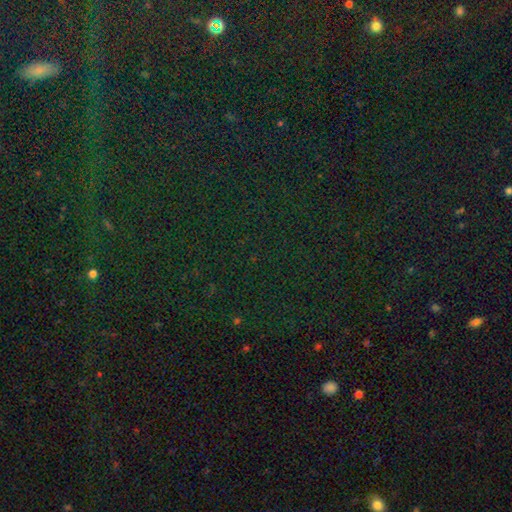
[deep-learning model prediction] Smooth or featured? Predicted: star or artifact (p=0.82).